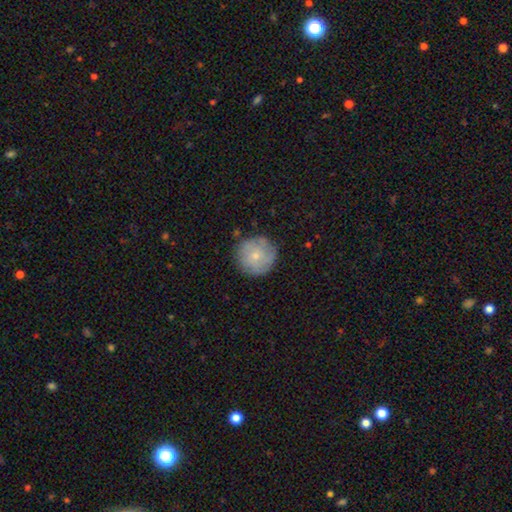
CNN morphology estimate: Q: Smooth or featured?
A: smooth (59%); runner-up: featured or disk (33%)
Q: How rounded?
A: round (95%); runner-up: in between (4%)
Q: Merging?
A: none (81%); runner-up: minor disturbance (14%)